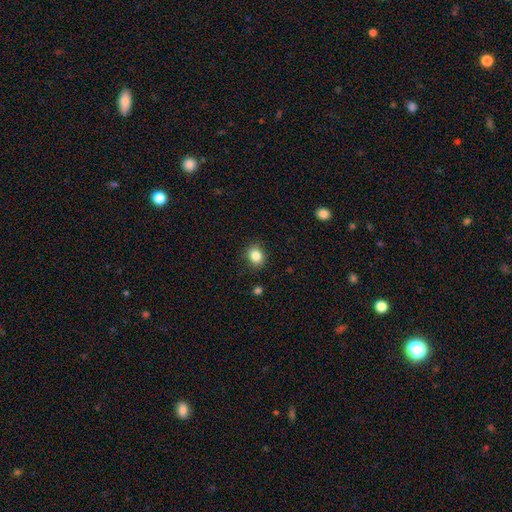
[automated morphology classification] smooth 84%, star or artifact 10%, featured or disk 6%. Down the decision tree: how rounded — round (60%); merging — none (87%).